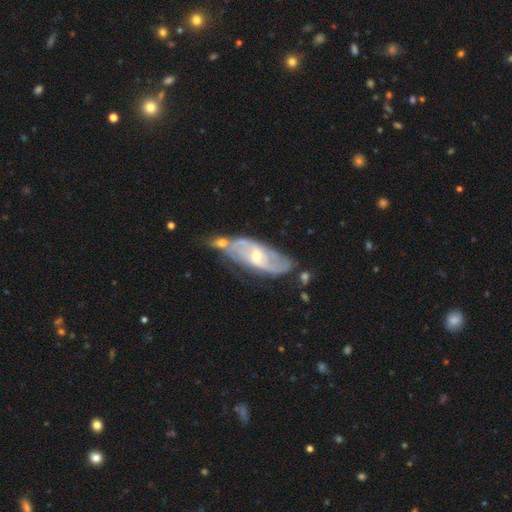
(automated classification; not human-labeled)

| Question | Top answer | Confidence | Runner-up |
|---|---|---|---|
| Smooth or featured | featured or disk | 82% | smooth (12%) |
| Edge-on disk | no | 89% | yes (11%) |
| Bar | weak | 45% | no (40%) |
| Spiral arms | yes | 90% | no (10%) |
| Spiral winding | medium | 41% | tight (40%) |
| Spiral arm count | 2 | 61% | can't tell (25%) |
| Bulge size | small | 50% | moderate (47%) |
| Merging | none | 51% | minor disturbance (22%) |